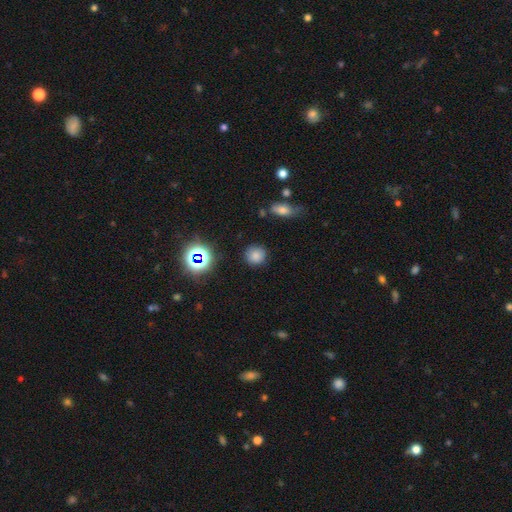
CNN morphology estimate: Smooth or featured? Predicted: smooth (p=0.76). How rounded? Predicted: round (p=0.89). Merging? Predicted: none (p=0.86).